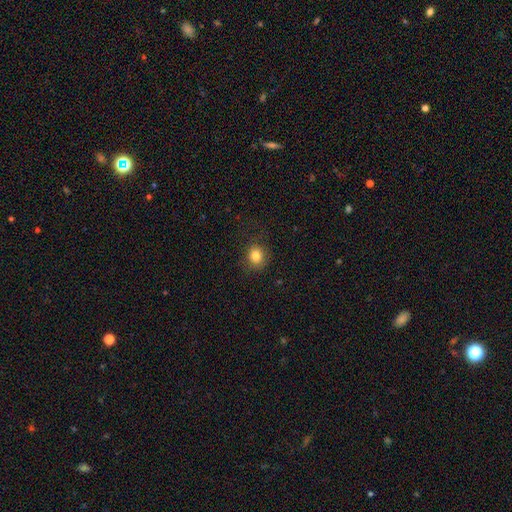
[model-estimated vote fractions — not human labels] Q: Smooth or featured?
A: smooth (82%); runner-up: star or artifact (12%)
Q: How rounded?
A: round (76%); runner-up: in between (23%)
Q: Merging?
A: none (82%); runner-up: minor disturbance (12%)